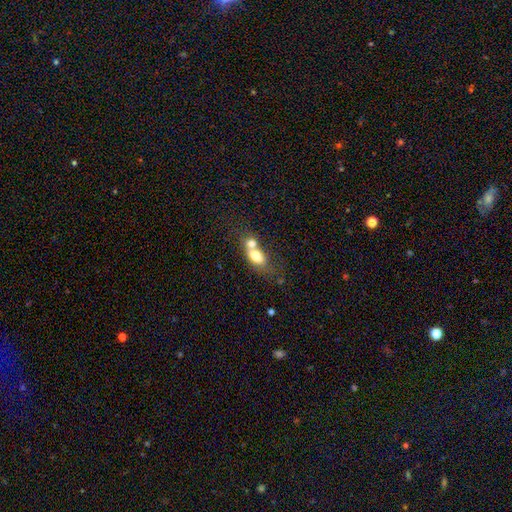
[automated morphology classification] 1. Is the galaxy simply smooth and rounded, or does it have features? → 70% smooth, 22% featured or disk, 8% star or artifact.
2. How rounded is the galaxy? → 76% in between, 18% round, 6% cigar-shaped.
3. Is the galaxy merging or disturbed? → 64% merger, 22% none, 8% minor disturbance, 6% major disturbance.